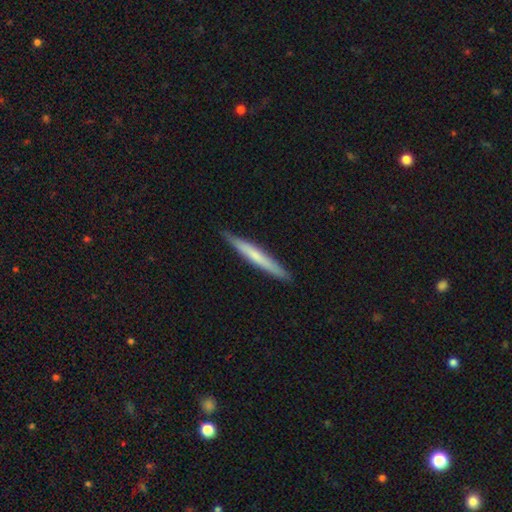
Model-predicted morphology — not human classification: Smooth or featured?
  - smooth: 55% *
  - featured or disk: 40%
  - star or artifact: 5%
How rounded?
  - cigar-shaped: 97% *
  - in between: 2%
  - round: 1%
Merging?
  - none: 91% *
  - minor disturbance: 7%
  - major disturbance: 1%
  - merger: 1%